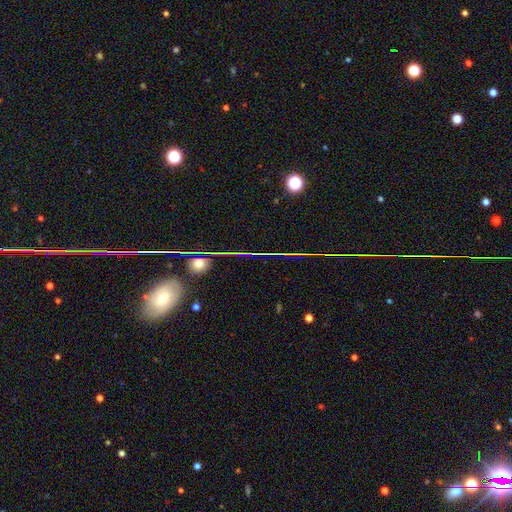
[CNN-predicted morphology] The model was most divided on "smooth or featured": star or artifact: 55%, smooth: 26%, featured or disk: 20%.